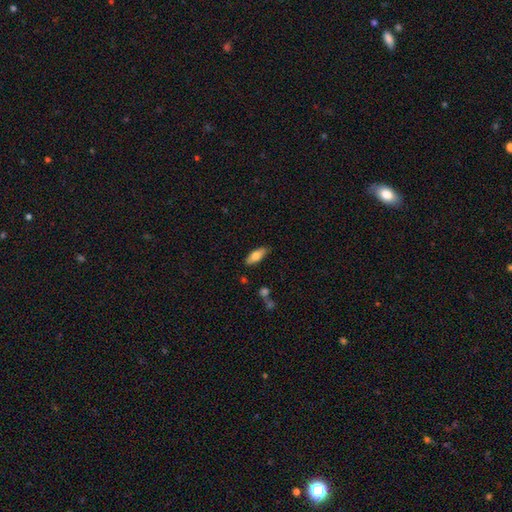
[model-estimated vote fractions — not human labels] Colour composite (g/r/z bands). It shows a smooth galaxy with no disk features (77%) that is in between round and cigar-shaped (76%). Merging: none (83%).